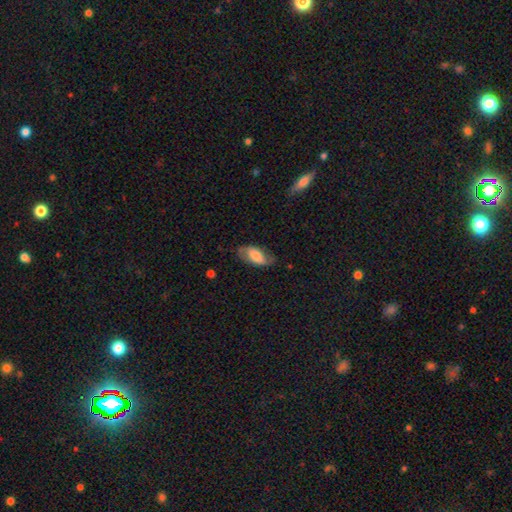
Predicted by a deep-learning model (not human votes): A smooth galaxy with no disk features (50%) that is in between round and cigar-shaped (90%). Merging: none (69%).